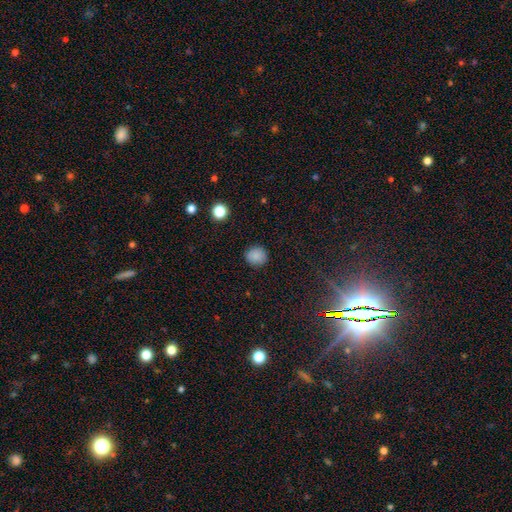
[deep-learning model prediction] smooth-or-featured: smooth: 86% | star or artifact: 10% | featured or disk: 4%
  how-rounded: round: 90% | in between: 9% | cigar-shaped: 1%
  merging: none: 89% | minor disturbance: 8% | major disturbance: 2% | merger: 1%